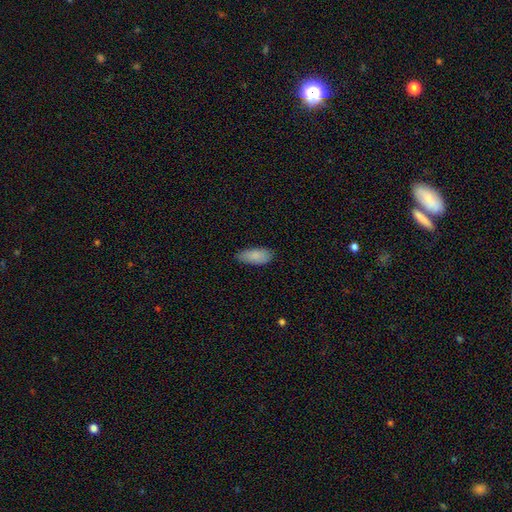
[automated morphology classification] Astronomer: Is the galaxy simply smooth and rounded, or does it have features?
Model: smooth — 86%.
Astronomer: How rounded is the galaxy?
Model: in between — 84%.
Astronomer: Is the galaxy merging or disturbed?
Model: none — 75%.